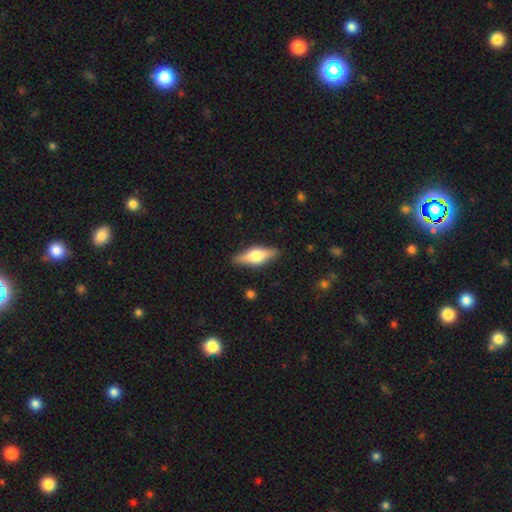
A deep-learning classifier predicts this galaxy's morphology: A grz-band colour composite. It shows a featured or disk galaxy (49%). Merging: none (87%).